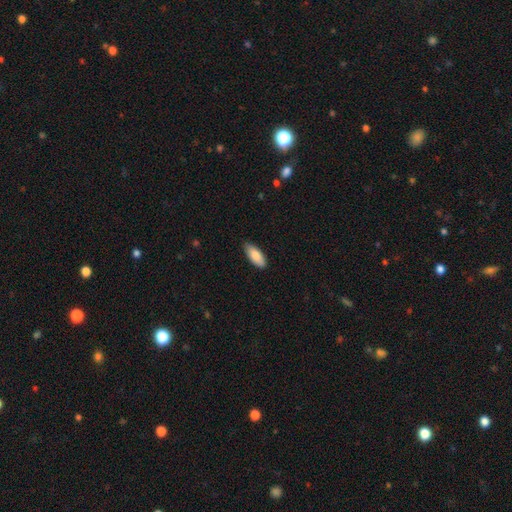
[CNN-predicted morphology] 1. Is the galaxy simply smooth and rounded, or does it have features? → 85% smooth, 9% featured or disk, 6% star or artifact.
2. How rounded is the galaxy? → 83% in between, 16% cigar-shaped, 2% round.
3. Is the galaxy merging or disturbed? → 85% none, 13% minor disturbance, 2% major disturbance, 1% merger.